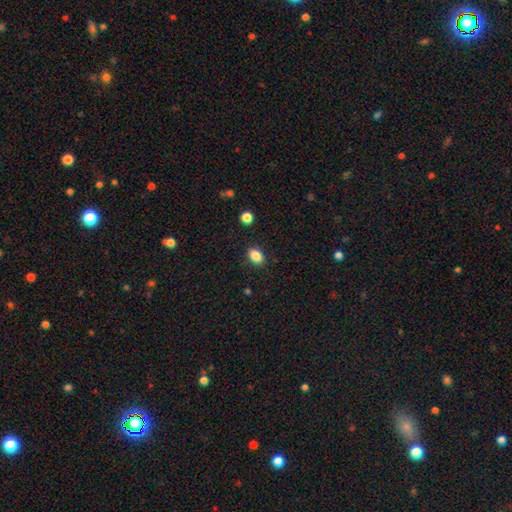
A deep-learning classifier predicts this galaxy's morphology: A smooth galaxy with no disk features (86%) that is in between round and cigar-shaped (79%).

Vote fractions:
- Smooth or featured? smooth: 86% / star or artifact: 9% / featured or disk: 4%
- How rounded? in between: 79% / round: 19% / cigar-shaped: 1%
- Merging? none: 88% / minor disturbance: 8% / major disturbance: 2% / merger: 2%